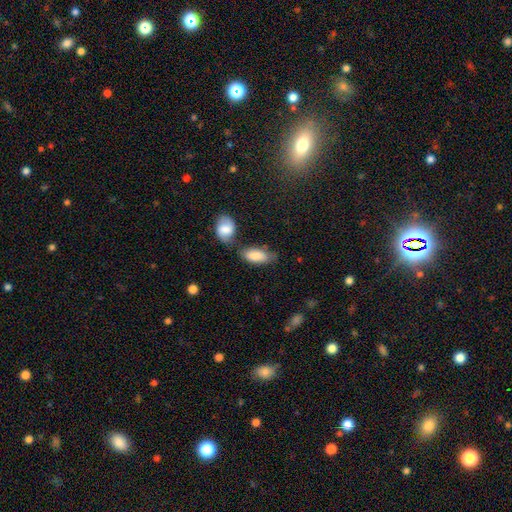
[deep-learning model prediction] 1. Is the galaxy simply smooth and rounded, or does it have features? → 83% smooth, 11% featured or disk, 6% star or artifact.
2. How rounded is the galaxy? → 90% in between, 7% cigar-shaped, 3% round.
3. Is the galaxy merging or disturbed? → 51% none, 23% merger, 20% minor disturbance, 6% major disturbance.